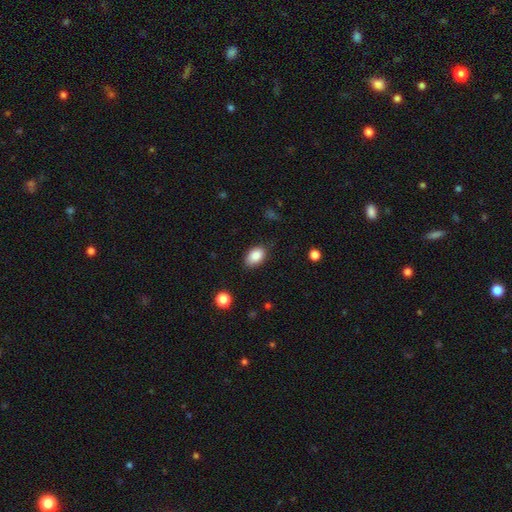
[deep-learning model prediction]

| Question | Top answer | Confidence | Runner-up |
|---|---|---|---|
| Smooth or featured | smooth | 87% | star or artifact (8%) |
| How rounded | in between | 89% | round (10%) |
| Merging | none | 80% | minor disturbance (16%) |